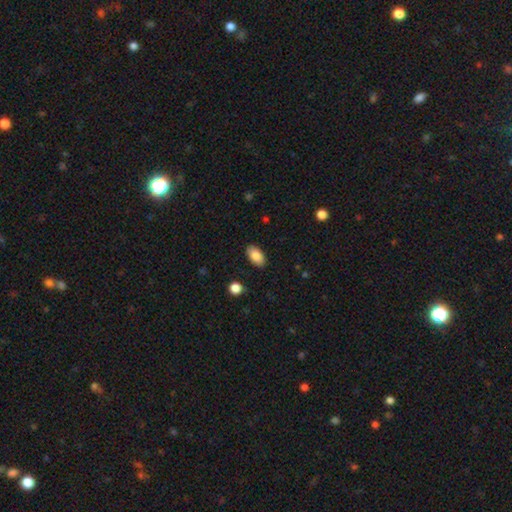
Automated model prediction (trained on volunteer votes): smooth_or_featured: smooth (p=0.85) [alt: featured or disk p=0.07]
how_rounded: in between (p=0.94) [alt: round p=0.04]
merging: none (p=0.88) [alt: minor disturbance p=0.09]